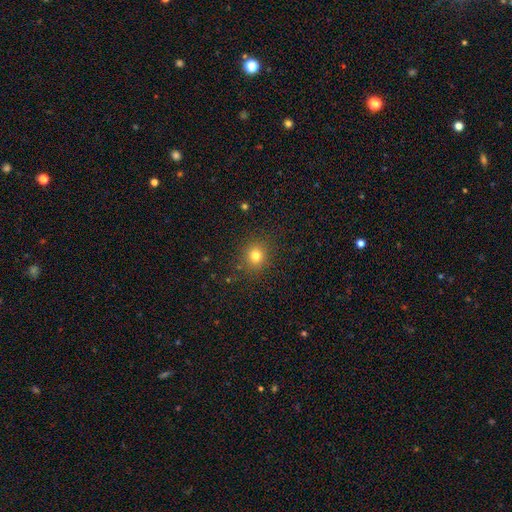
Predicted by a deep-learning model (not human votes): This is likely a smooth galaxy (78%). How rounded: clearly round (86%). Merging: clearly none (88%).